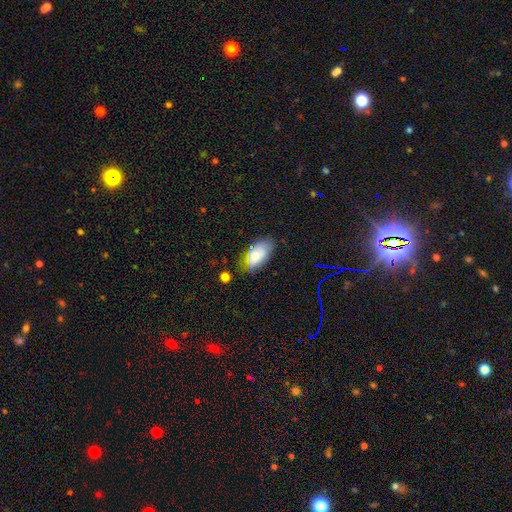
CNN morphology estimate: Overall: smooth (74%). How rounded: in between (93%). Merging: none (66%; minor disturbance 26%).